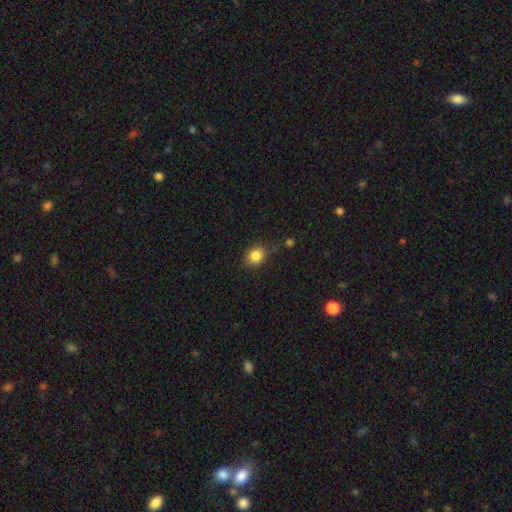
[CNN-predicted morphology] type=smooth (84%); roundness=round (64%); merging=none (77%).